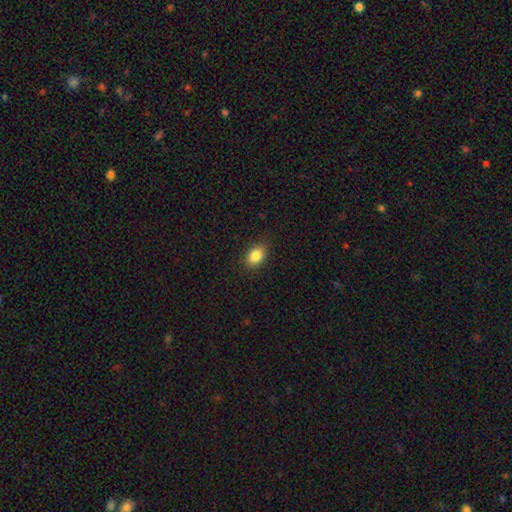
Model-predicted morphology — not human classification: type=smooth (86%); roundness=in between (77%); merging=none (87%).